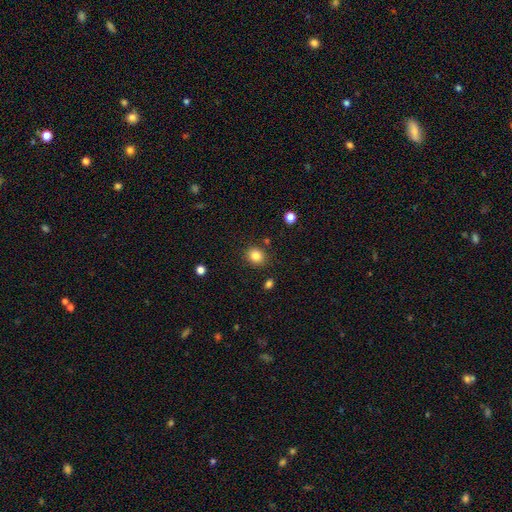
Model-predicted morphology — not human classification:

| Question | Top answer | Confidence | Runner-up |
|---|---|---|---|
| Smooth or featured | smooth | 83% | star or artifact (11%) |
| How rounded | round | 76% | in between (23%) |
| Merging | none | 85% | minor disturbance (9%) |